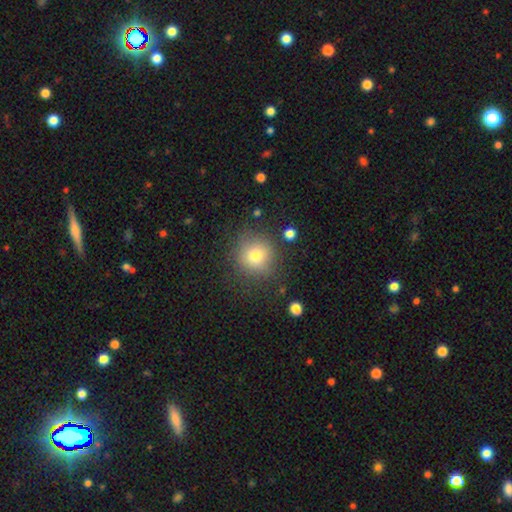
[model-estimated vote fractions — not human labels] A smooth galaxy with no disk features (76%) that is round (91%).

Vote fractions:
- Smooth or featured? smooth: 76% / star or artifact: 13% / featured or disk: 11%
- How rounded? round: 91% / in between: 8% / cigar-shaped: 1%
- Merging? none: 80% / minor disturbance: 12% / major disturbance: 5% / merger: 2%